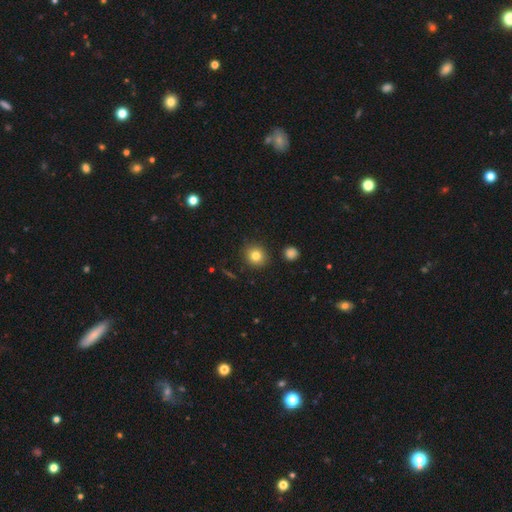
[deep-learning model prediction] A smooth galaxy with no disk features (81%) that is round (84%). Merging: none (89%).